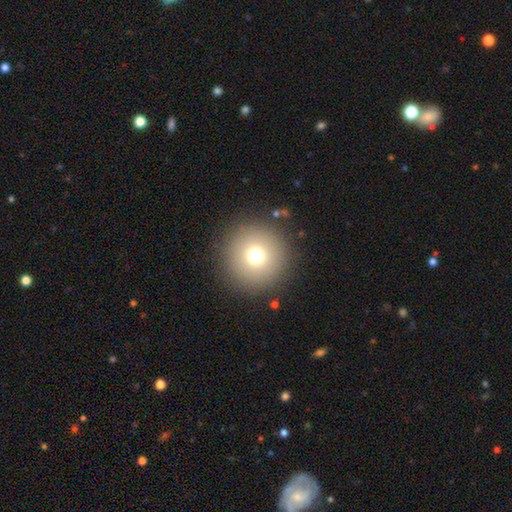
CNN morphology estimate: smooth 74%, star or artifact 14%, featured or disk 12%. Down the decision tree: how rounded — round (97%); merging — none (90%).